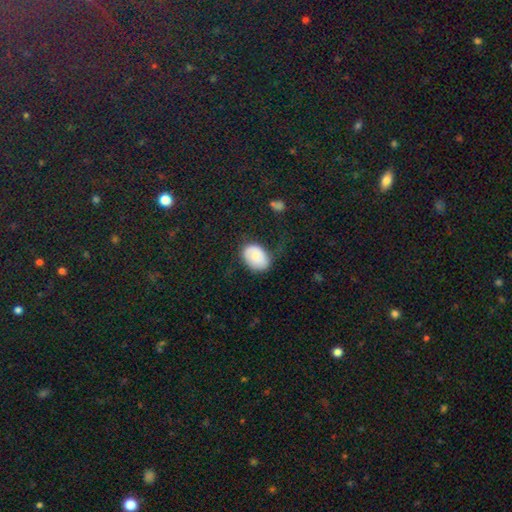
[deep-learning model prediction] Smooth or featured?
  - smooth: 74% *
  - featured or disk: 18%
  - star or artifact: 8%
How rounded?
  - in between: 80% *
  - round: 19%
  - cigar-shaped: 1%
Merging?
  - none: 59% *
  - minor disturbance: 28%
  - major disturbance: 11%
  - merger: 2%